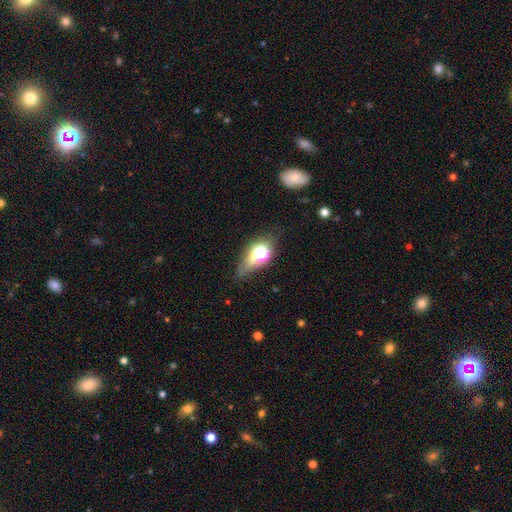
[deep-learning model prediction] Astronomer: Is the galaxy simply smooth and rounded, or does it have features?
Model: smooth — 57%.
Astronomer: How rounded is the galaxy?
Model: in between — 69%.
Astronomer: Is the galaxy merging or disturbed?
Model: none — 54%.